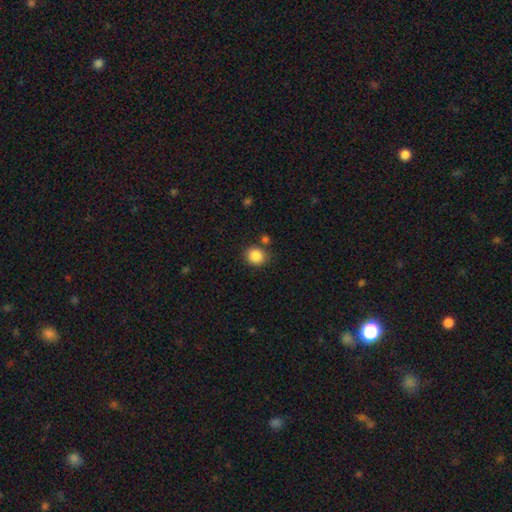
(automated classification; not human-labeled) Smooth or featured?
  - smooth: 86% *
  - star or artifact: 9%
  - featured or disk: 5%
How rounded?
  - round: 80% *
  - in between: 19%
  - cigar-shaped: 1%
Merging?
  - none: 80% *
  - minor disturbance: 10%
  - merger: 7%
  - major disturbance: 3%